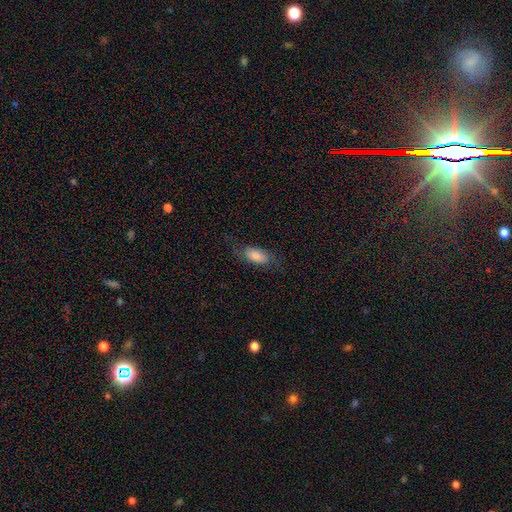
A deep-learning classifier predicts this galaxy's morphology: Smooth or featured?
  - smooth: 72% *
  - featured or disk: 20%
  - star or artifact: 8%
How rounded?
  - in between: 81% *
  - cigar-shaped: 16%
  - round: 3%
Merging?
  - none: 68% *
  - minor disturbance: 21%
  - major disturbance: 10%
  - merger: 1%